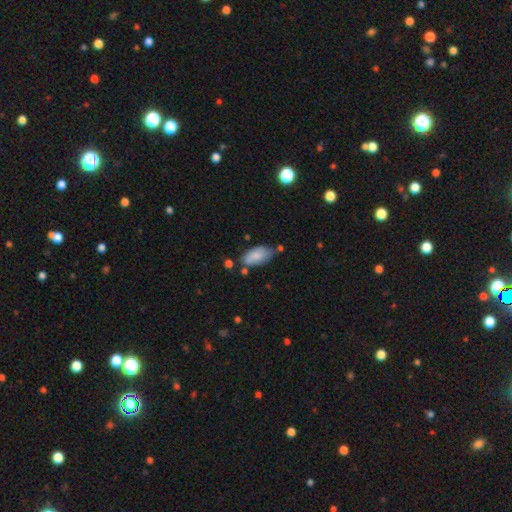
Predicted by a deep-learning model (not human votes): smooth 82%, featured or disk 11%, star or artifact 7%. Down the decision tree: how rounded — in between (93%); merging — none (65%).